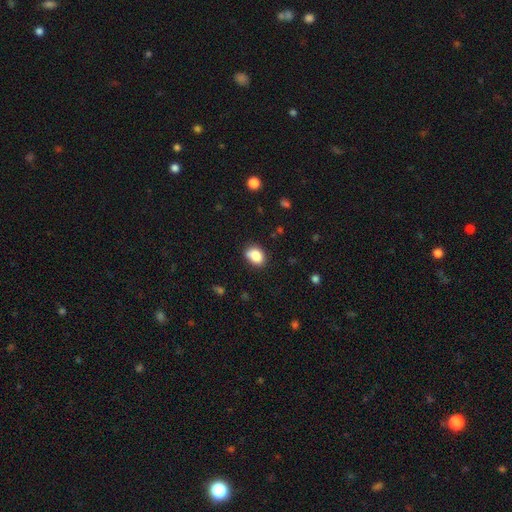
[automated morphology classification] Smooth or featured? Predicted: smooth (p=0.83). How rounded? Predicted: in between (p=0.61). Merging? Predicted: none (p=0.70).